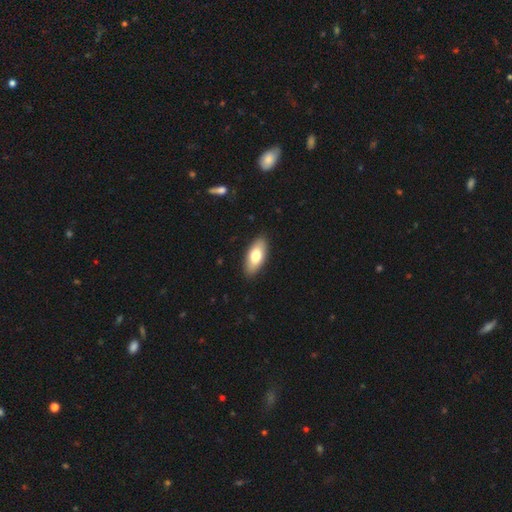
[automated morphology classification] Smooth or featured: smooth — 75% (featured or disk — 20%)
How rounded: in between — 87% (cigar-shaped — 10%)
Merging: none — 89% (minor disturbance — 8%)